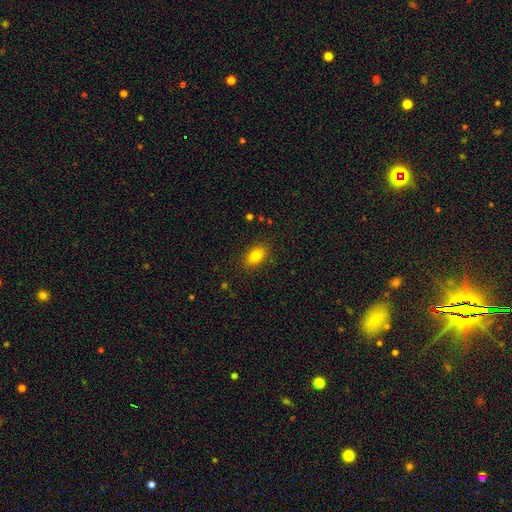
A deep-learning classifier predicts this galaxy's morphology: This is clearly a smooth galaxy (82%). How rounded: clearly in between (87%). Merging: clearly none (87%).